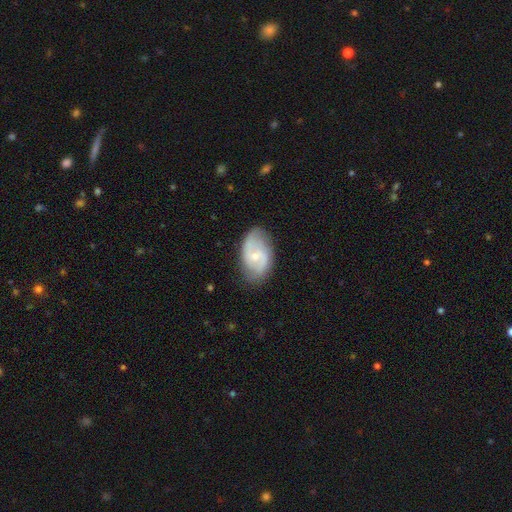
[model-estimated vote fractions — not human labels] smooth_or_featured: featured or disk (p=0.73) [alt: smooth p=0.21]
disk_edge_on: no (p=0.97) [alt: yes p=0.03]
bar: weak (p=0.47) [alt: no p=0.43]
has_spiral_arms: yes (p=0.91) [alt: no p=0.09]
spiral_winding: medium (p=0.47) [alt: loose p=0.33]
spiral_arm_count: 2 (p=0.84) [alt: can't tell p=0.09]
bulge_size: small (p=0.64) [alt: moderate p=0.32]
merging: none (p=0.77) [alt: minor disturbance p=0.17]